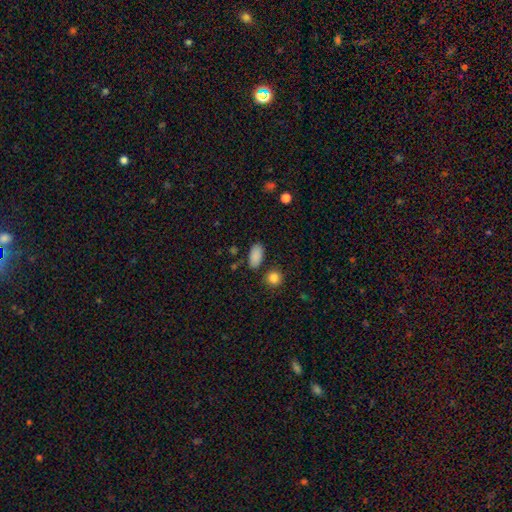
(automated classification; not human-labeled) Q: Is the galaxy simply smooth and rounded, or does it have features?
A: smooth — 88%.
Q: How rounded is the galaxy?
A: in between — 92%.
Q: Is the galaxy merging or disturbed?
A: none — 82%.